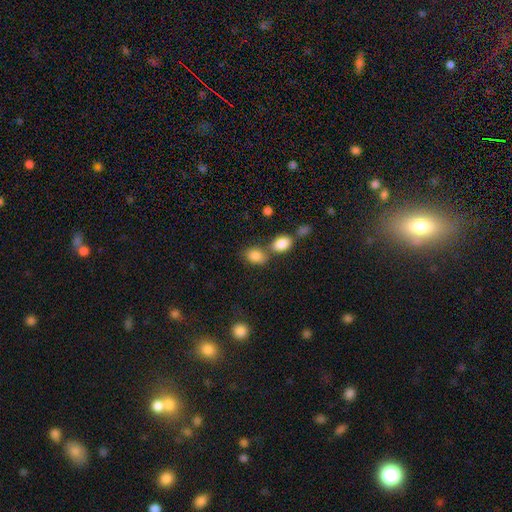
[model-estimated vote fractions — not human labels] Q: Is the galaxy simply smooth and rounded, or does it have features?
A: smooth — 85%.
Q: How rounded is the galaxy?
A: in between — 78%.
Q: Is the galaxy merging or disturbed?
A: none — 50%.